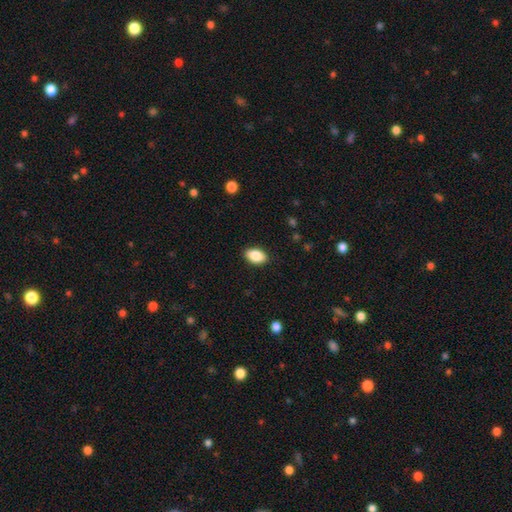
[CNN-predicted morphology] type=smooth (86%); roundness=in between (91%); merging=none (89%).